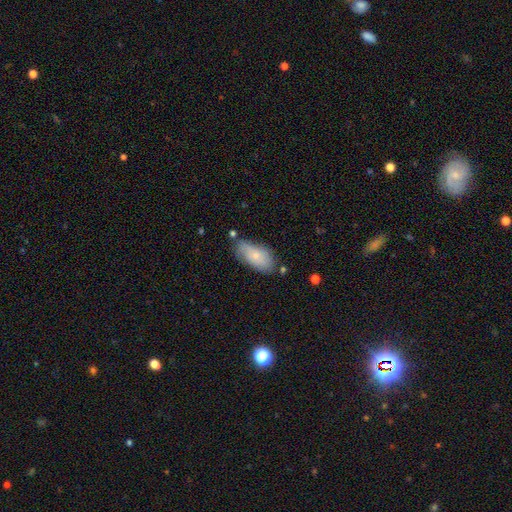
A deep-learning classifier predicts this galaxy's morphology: The model was most divided on "merging": none: 62%, minor disturbance: 27%, major disturbance: 6%, merger: 5%. More confident: how rounded — in between (92%); smooth or featured — smooth (67%).